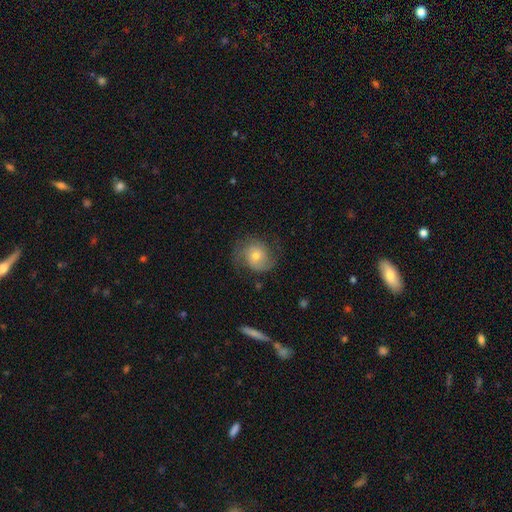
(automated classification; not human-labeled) Overall: featured or disk (58%; smooth 34%). Edge-on disk: no (97%). Bar: no (75%). Spiral arms: yes (88%). Bulge size: moderate (52%; small 41%). Merging: none (66%).